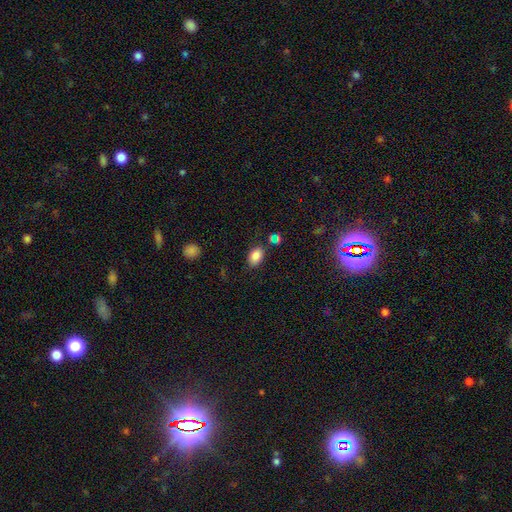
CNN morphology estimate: This is clearly a smooth galaxy (86%). How rounded: clearly in between (84%). Merging: likely none (75%).